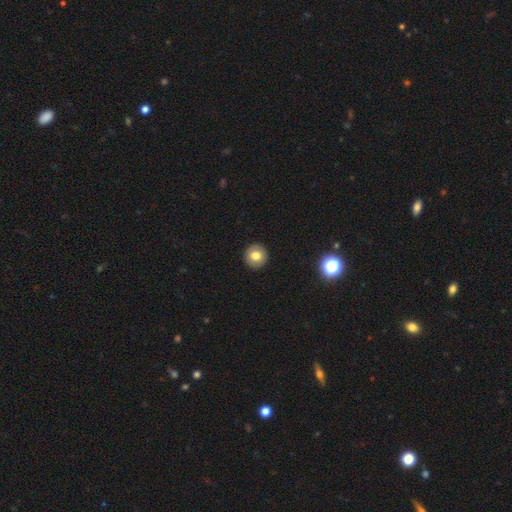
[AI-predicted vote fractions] Smooth or featured? smooth (75%)
How rounded? round (93%)
Merging? none (92%)